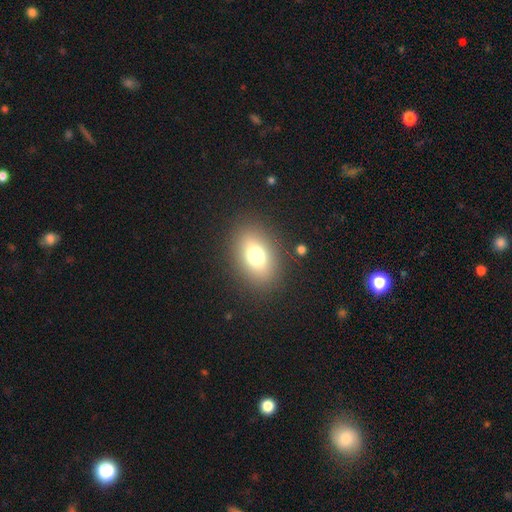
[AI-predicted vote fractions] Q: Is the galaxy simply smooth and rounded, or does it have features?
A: smooth — 72%.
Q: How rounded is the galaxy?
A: in between — 73%.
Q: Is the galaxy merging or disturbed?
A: none — 86%.